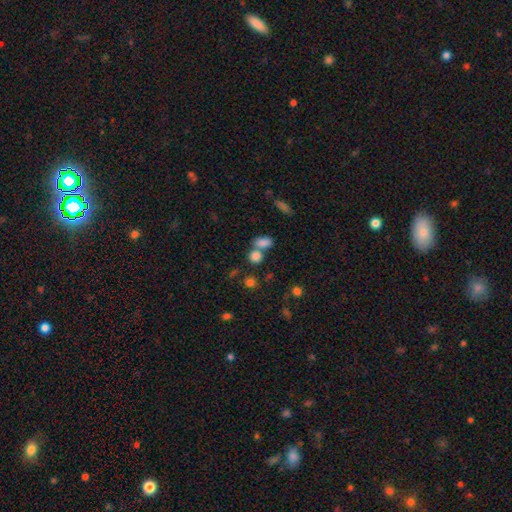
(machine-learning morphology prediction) The model was most divided on "merging": none: 46%, merger: 40%, minor disturbance: 9%, major disturbance: 4%. More confident: smooth or featured — smooth (80%); how rounded — round (56%).